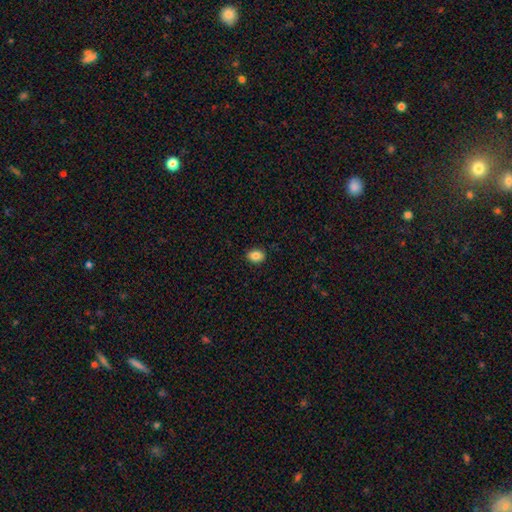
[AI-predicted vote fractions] A smooth galaxy with no disk features (86%) that is in between round and cigar-shaped (70%).

Vote fractions:
- Smooth or featured? smooth: 86% / star or artifact: 9% / featured or disk: 5%
- How rounded? in between: 70% / round: 29% / cigar-shaped: 1%
- Merging? none: 89% / minor disturbance: 8% / major disturbance: 2% / merger: 1%